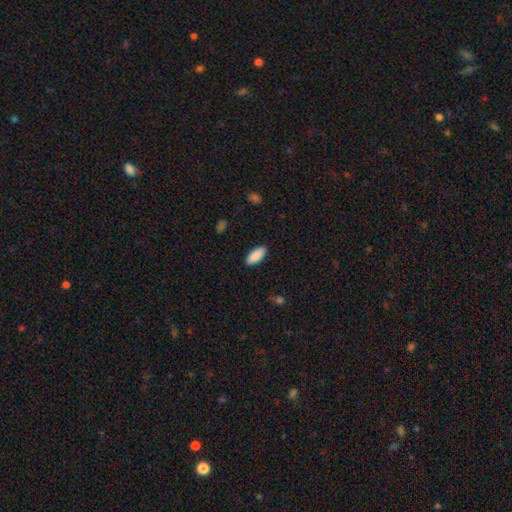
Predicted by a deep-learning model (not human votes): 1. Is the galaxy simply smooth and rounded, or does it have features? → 90% smooth, 6% star or artifact, 4% featured or disk.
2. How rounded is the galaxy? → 83% in between, 15% cigar-shaped, 2% round.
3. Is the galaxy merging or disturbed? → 89% none, 8% minor disturbance, 2% major disturbance, 1% merger.